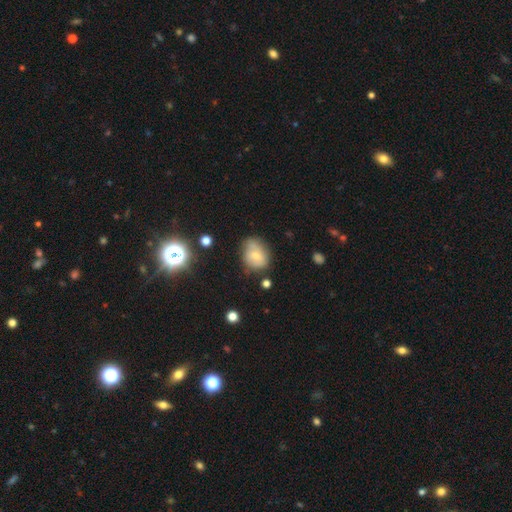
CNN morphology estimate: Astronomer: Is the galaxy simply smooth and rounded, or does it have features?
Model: smooth — 65%.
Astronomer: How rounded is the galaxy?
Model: in between — 53% (runner-up: round, 46%).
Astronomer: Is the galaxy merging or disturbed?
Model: none — 53% (runner-up: minor disturbance, 31%).